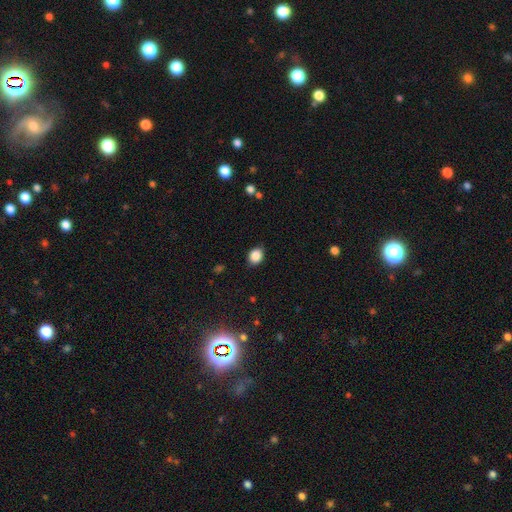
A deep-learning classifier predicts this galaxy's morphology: A smooth galaxy with no disk features (86%) that is in between round and cigar-shaped (54%). Merging: none (85%).